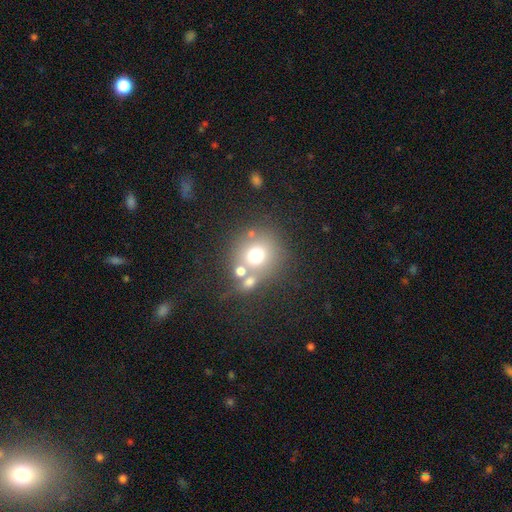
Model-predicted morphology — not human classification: This appears to be a smooth galaxy with no disk features (66%) that is round (87%). Merging: none (59%).